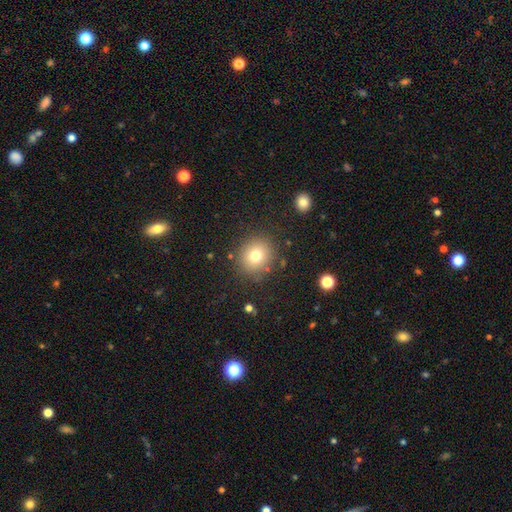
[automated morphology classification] Smooth or featured: smooth — 75% (star or artifact — 13%)
How rounded: round — 80% (in between — 19%)
Merging: none — 85% (minor disturbance — 9%)